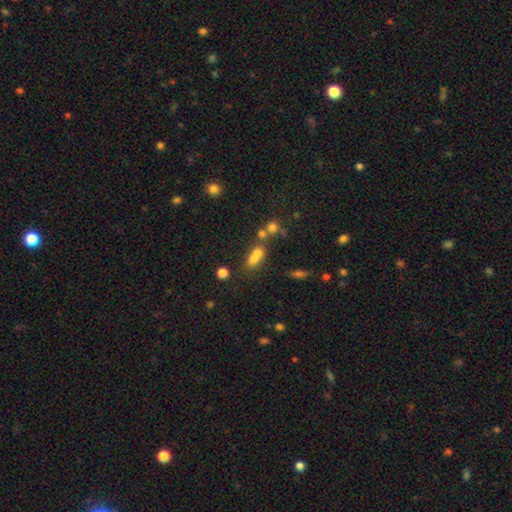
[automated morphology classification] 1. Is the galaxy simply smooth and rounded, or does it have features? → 65% smooth, 18% featured or disk, 17% star or artifact.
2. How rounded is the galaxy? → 52% in between, 39% round, 9% cigar-shaped.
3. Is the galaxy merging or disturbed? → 53% merger, 32% none, 9% minor disturbance, 6% major disturbance.